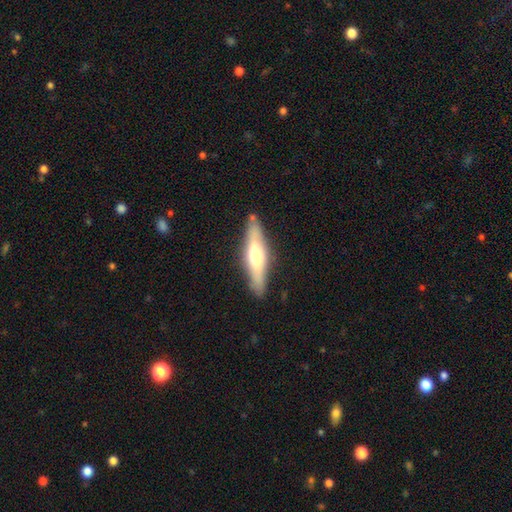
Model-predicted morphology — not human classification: This is possibly a featured or disk galaxy (52%). It is clearly viewed edge-on (88%). Merging: clearly none (83%).